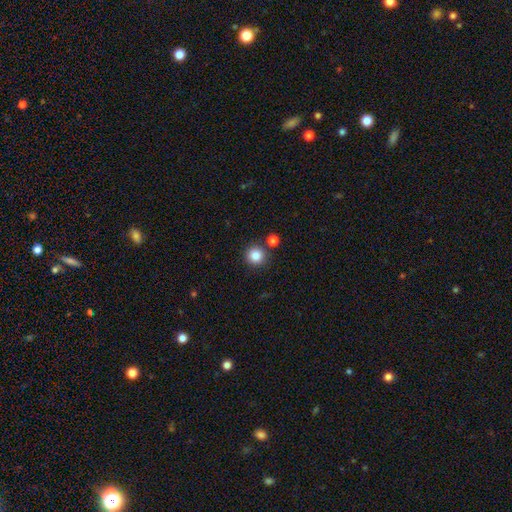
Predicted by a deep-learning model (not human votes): This appears to be a smooth galaxy with no disk features (84%) that is round (95%). Merging: none (84%).